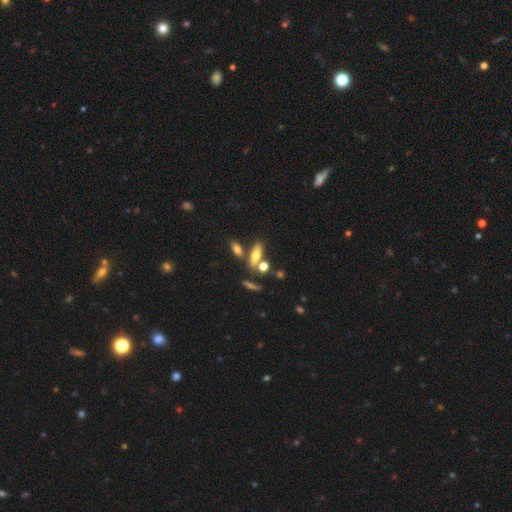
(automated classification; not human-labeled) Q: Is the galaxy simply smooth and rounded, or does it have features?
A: smooth — 64%.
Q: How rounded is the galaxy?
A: in between — 62%.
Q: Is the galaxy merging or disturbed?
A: none — 57%.